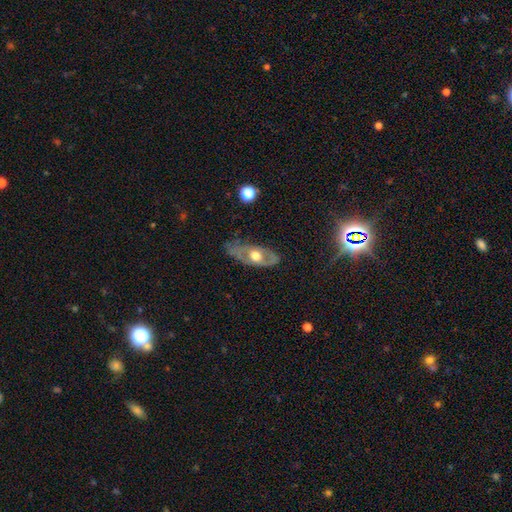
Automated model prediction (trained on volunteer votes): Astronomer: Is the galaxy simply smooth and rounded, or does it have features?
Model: featured or disk — 62%.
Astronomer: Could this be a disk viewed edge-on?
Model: no — 76%.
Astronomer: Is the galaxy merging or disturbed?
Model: none — 62%.